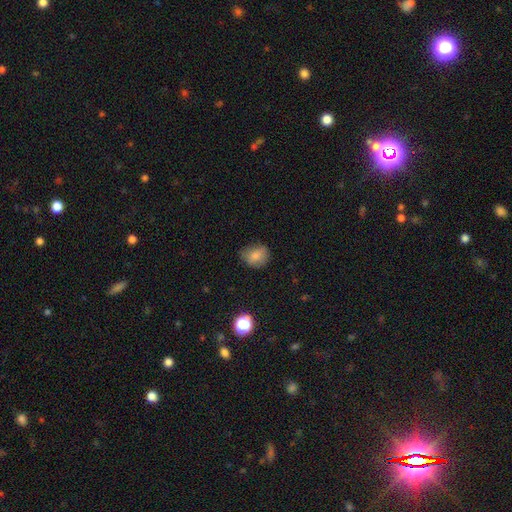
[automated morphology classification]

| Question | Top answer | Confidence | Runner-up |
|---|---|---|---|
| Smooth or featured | smooth | 79% | star or artifact (11%) |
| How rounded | round | 52% | in between (47%) |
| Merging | none | 69% | minor disturbance (24%) |